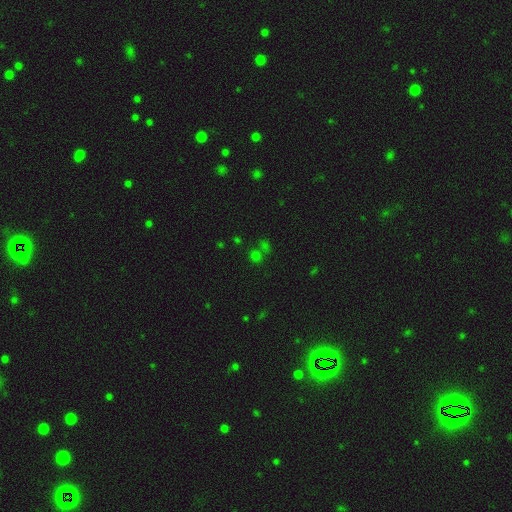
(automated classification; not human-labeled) Smooth or featured? smooth (54%)
How rounded? round (83%)
Merging? none (56%)